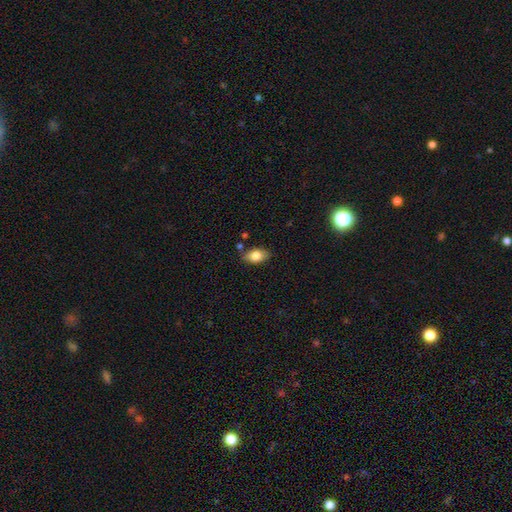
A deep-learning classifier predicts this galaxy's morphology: smooth 82%, featured or disk 11%, star or artifact 8%. Down the decision tree: how rounded — in between (89%); merging — none (79%).